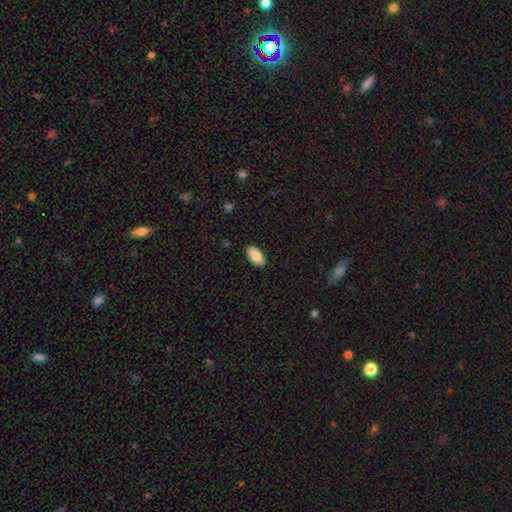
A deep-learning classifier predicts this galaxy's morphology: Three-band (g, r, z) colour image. It shows a smooth galaxy with no disk features (88%) that is in between round and cigar-shaped (93%). Merging: none (89%).